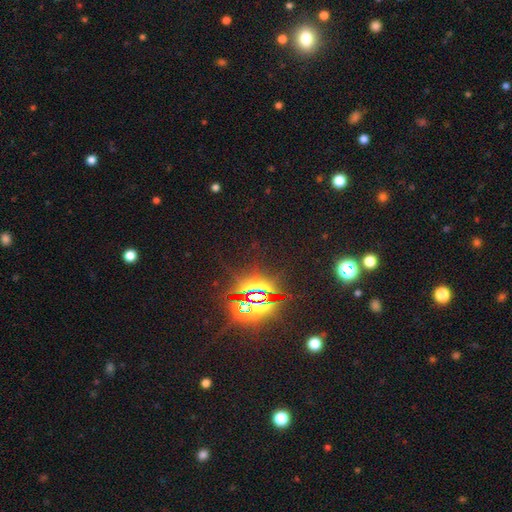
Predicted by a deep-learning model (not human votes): smooth-or-featured: star or artifact: 84% | smooth: 9% | featured or disk: 7%